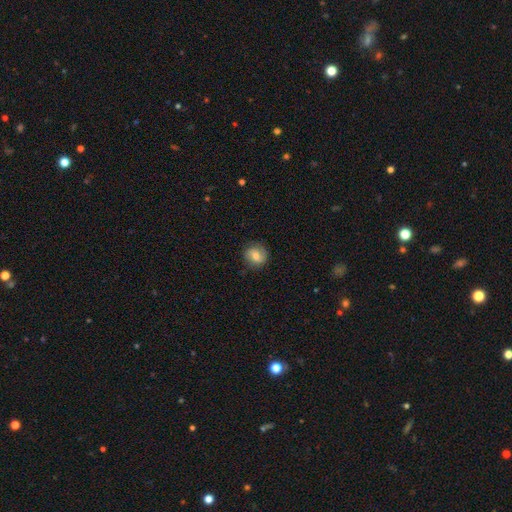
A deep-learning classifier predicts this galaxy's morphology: smooth_or_featured: smooth (p=0.61) [alt: featured or disk p=0.30]
how_rounded: round (p=0.79) [alt: in between p=0.20]
merging: none (p=0.81) [alt: minor disturbance p=0.14]